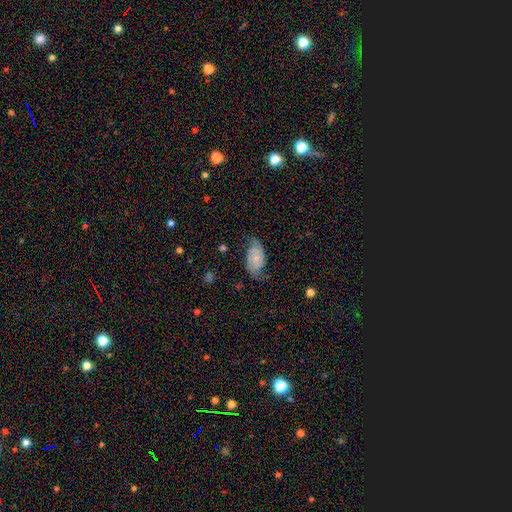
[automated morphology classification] smooth_or_featured: featured or disk (p=0.60) [alt: smooth p=0.32]
disk_edge_on: no (p=0.96) [alt: yes p=0.04]
bar: no (p=0.69) [alt: weak p=0.26]
has_spiral_arms: yes (p=0.91) [alt: no p=0.09]
spiral_winding: medium (p=0.42) [alt: tight p=0.33]
spiral_arm_count: 2 (p=0.84) [alt: can't tell p=0.09]
bulge_size: small (p=0.59) [alt: moderate p=0.20]
merging: none (p=0.61) [alt: minor disturbance p=0.27]